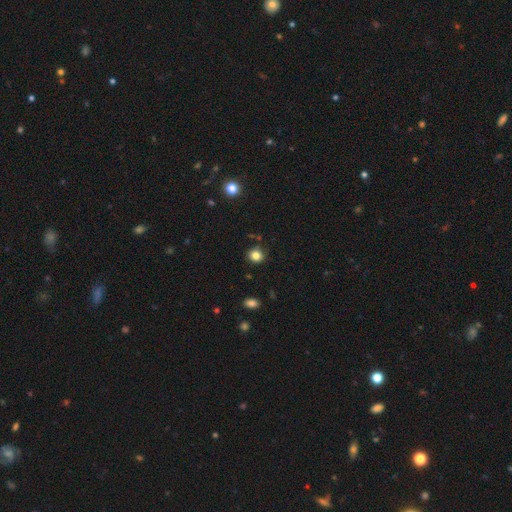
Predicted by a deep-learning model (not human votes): This is clearly a smooth galaxy (83%). How rounded: clearly round (81%). Merging: clearly none (86%).